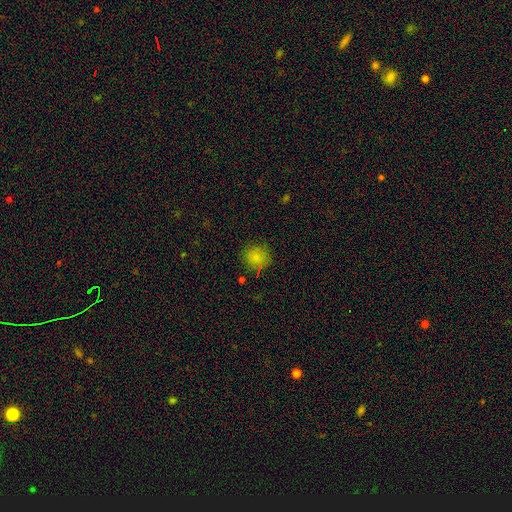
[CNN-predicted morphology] A smooth galaxy with no disk features (82%) that is round (88%).

Vote fractions:
- Smooth or featured? smooth: 82% / star or artifact: 13% / featured or disk: 6%
- How rounded? round: 88% / in between: 11% / cigar-shaped: 1%
- Merging? none: 82% / minor disturbance: 13% / major disturbance: 3% / merger: 2%